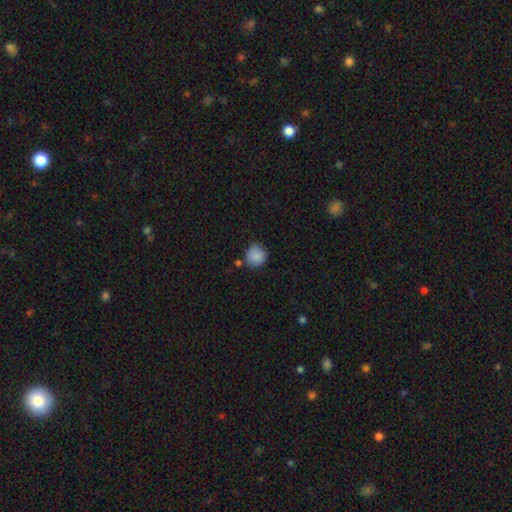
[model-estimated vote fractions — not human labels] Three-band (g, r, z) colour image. It shows a smooth galaxy with no disk features (87%) that is round (89%). Merging: none (73%).